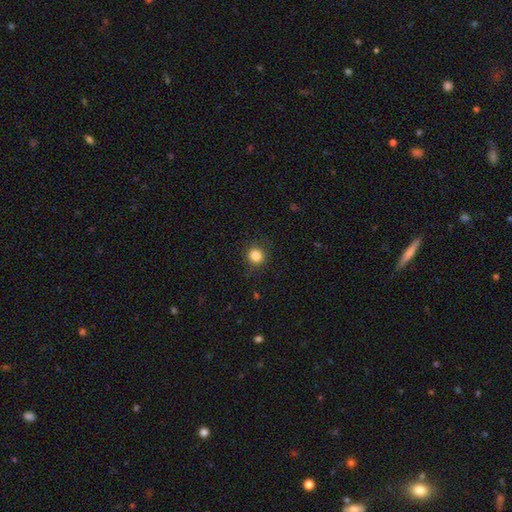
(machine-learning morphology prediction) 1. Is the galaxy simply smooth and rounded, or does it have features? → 85% smooth, 11% star or artifact, 4% featured or disk.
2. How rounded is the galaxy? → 88% round, 11% in between, 1% cigar-shaped.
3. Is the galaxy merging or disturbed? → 87% none, 9% minor disturbance, 3% major disturbance, 1% merger.